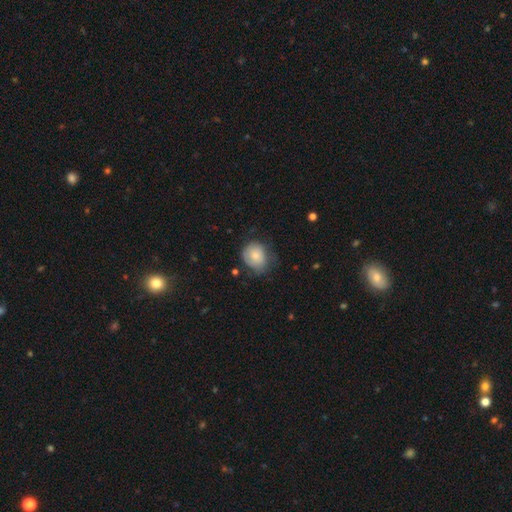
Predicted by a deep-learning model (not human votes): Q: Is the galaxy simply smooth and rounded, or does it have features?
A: smooth — 69%.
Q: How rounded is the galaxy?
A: round — 62%.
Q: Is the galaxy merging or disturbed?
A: none — 53%.